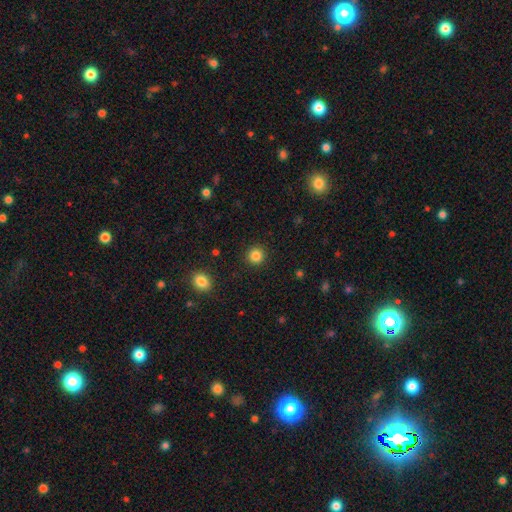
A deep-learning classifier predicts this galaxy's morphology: Smooth or featured: smooth — 84% (star or artifact — 12%)
How rounded: round — 93% (in between — 6%)
Merging: none — 92% (minor disturbance — 5%)